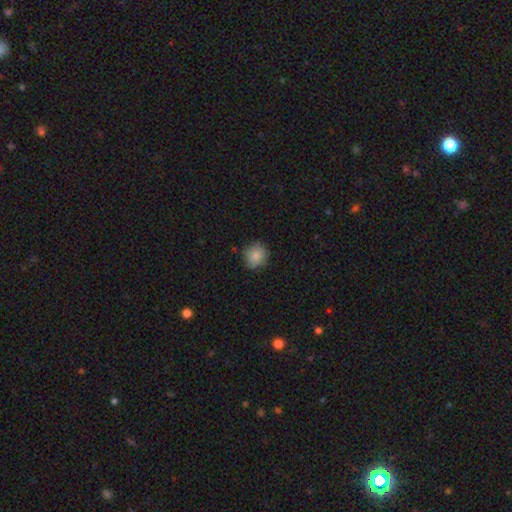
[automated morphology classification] Q: Smooth or featured?
A: smooth (84%); runner-up: star or artifact (8%)
Q: How rounded?
A: round (85%); runner-up: in between (14%)
Q: Merging?
A: none (78%); runner-up: minor disturbance (17%)